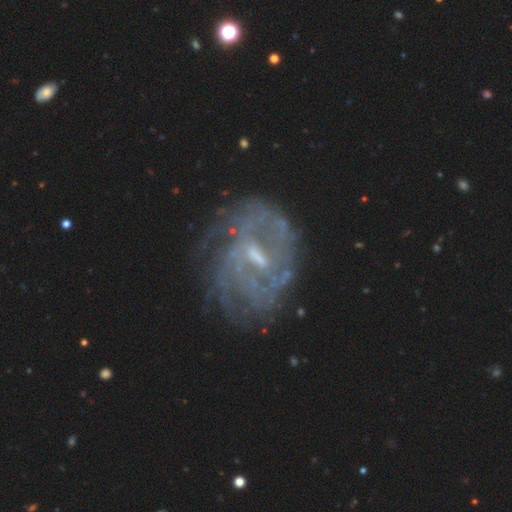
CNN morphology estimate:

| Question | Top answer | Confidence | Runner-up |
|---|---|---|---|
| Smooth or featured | featured or disk | 80% | star or artifact (11%) |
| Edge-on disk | no | 97% | yes (3%) |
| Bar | weak | 56% | no (22%) |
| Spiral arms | yes | 83% | no (17%) |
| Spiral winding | tight | 51% | medium (34%) |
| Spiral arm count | can't tell | 49% | 2 (17%) |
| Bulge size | small | 54% | moderate (33%) |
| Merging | none | 67% | minor disturbance (18%) |